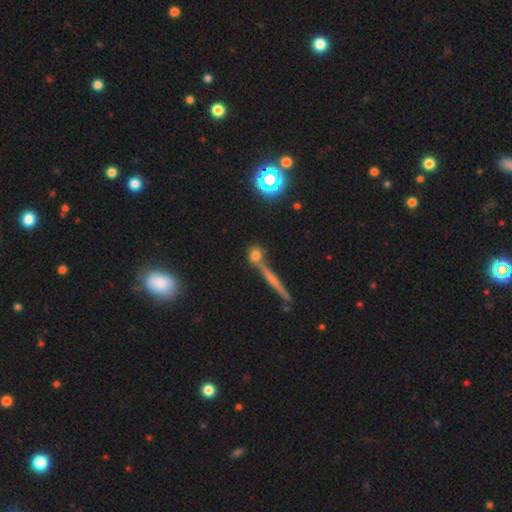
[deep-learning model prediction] Smooth or featured? smooth (62%)
How rounded? round (73%)
Merging? none (64%)